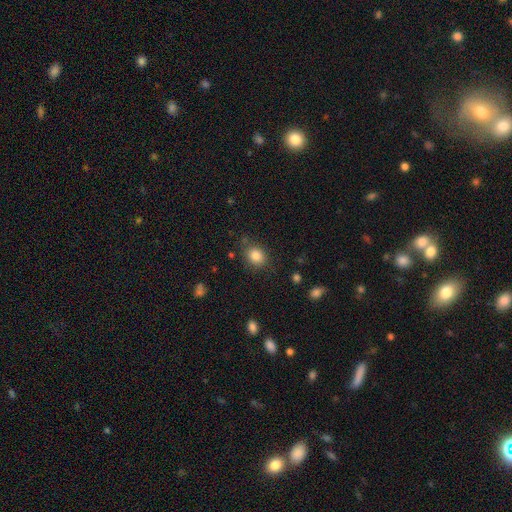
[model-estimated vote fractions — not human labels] Smooth or featured?
  - smooth: 84% *
  - star or artifact: 10%
  - featured or disk: 6%
How rounded?
  - round: 55% *
  - in between: 44%
  - cigar-shaped: 1%
Merging?
  - none: 79% *
  - minor disturbance: 14%
  - major disturbance: 4%
  - merger: 3%